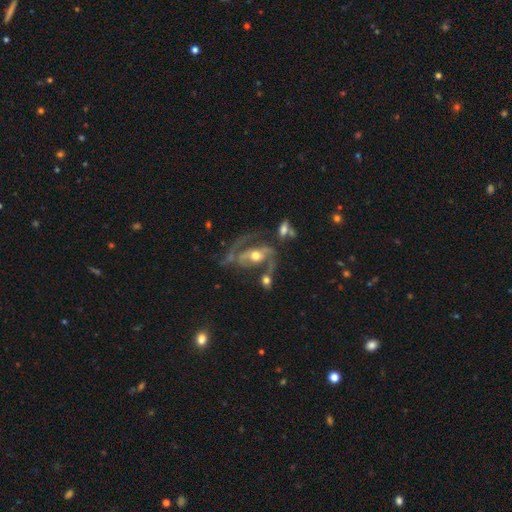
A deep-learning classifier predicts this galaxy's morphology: type=featured or disk (83%); edge-on=no (95%); bar=no (36%); spiral arms=yes (88%); winding=medium (44%); arm count=2 (78%); bulge=moderate (71%); merging=none (36%).